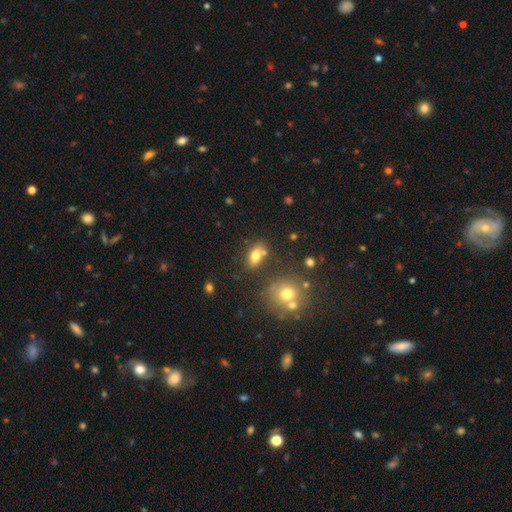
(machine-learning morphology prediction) A smooth galaxy with no disk features (73%) that is in between round and cigar-shaped (81%). Merging: none (66%).